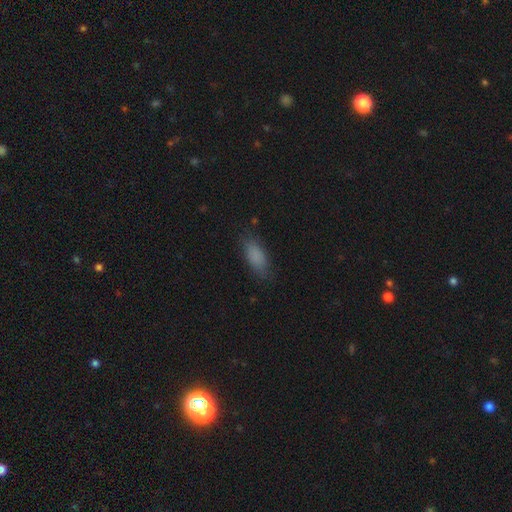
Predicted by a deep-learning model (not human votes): A smooth galaxy with no disk features (85%) that is in between round and cigar-shaped (79%).

Vote fractions:
- Smooth or featured? smooth: 85% / star or artifact: 8% / featured or disk: 7%
- How rounded? in between: 79% / cigar-shaped: 19% / round: 3%
- Merging? none: 78% / minor disturbance: 16% / major disturbance: 5% / merger: 1%